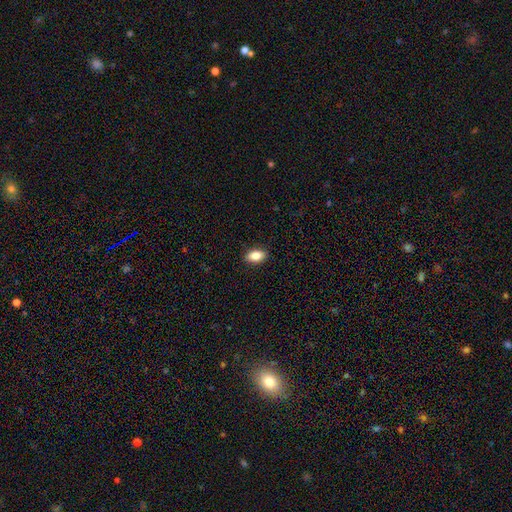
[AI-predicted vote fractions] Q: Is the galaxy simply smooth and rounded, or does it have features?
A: smooth — 85%.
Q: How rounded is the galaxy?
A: in between — 89%.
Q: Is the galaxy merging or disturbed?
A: none — 89%.